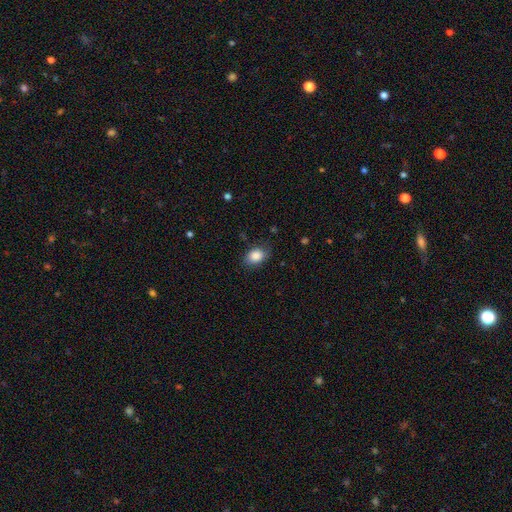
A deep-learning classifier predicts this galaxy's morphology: Smooth or featured?
  - smooth: 86% *
  - star or artifact: 8%
  - featured or disk: 6%
How rounded?
  - in between: 74% *
  - round: 25%
  - cigar-shaped: 1%
Merging?
  - none: 76% *
  - minor disturbance: 18%
  - major disturbance: 4%
  - merger: 1%